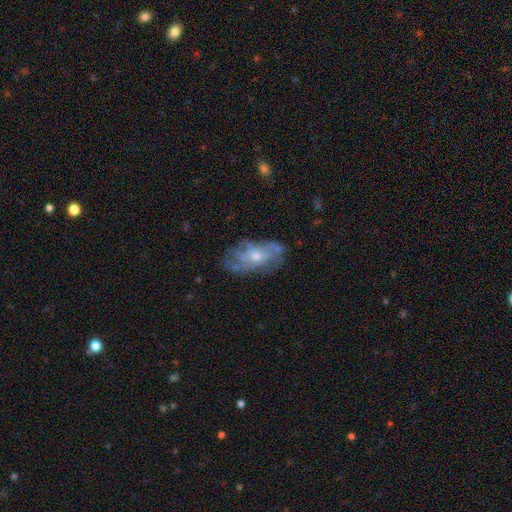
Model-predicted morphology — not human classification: Smooth or featured?
  - featured or disk: 67% *
  - smooth: 25%
  - star or artifact: 8%
Edge-on disk?
  - no: 92% *
  - yes: 8%
Bar?
  - no: 77% *
  - weak: 19%
  - strong: 3%
Spiral arms?
  - yes: 70% *
  - no: 30%
Bulge size?
  - small: 48% *
  - moderate: 46%
  - large: 3%
  - none: 2%
  - dominant: 1%
Merging?
  - none: 63% *
  - minor disturbance: 23%
  - major disturbance: 12%
  - merger: 2%